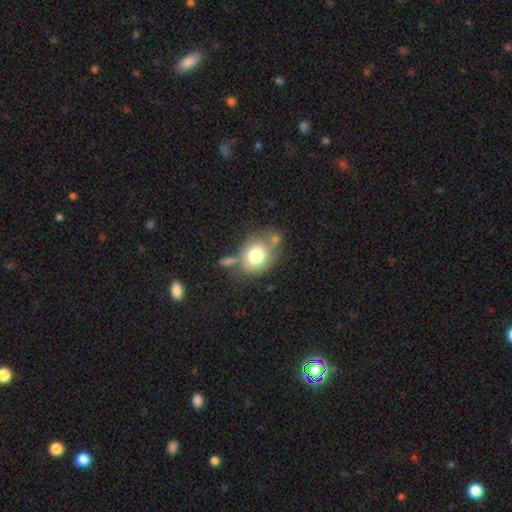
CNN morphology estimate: smooth 75%, featured or disk 16%, star or artifact 9%. Down the decision tree: how rounded — round (59%); merging — none (52%).